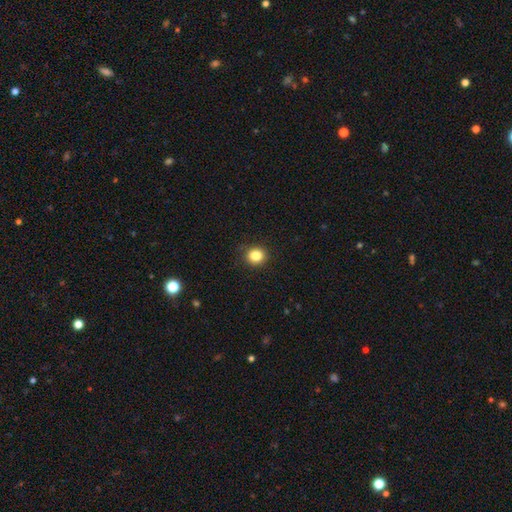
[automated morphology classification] Smooth or featured?
  - smooth: 84% *
  - star or artifact: 11%
  - featured or disk: 5%
How rounded?
  - round: 84% *
  - in between: 15%
  - cigar-shaped: 1%
Merging?
  - none: 90% *
  - minor disturbance: 7%
  - major disturbance: 2%
  - merger: 1%